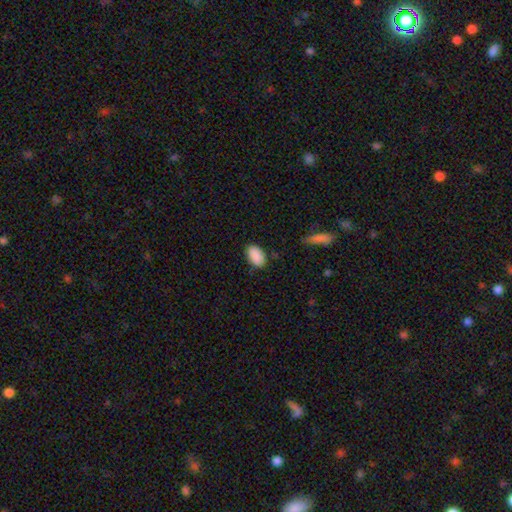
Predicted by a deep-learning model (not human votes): smooth 90%, star or artifact 7%, featured or disk 3%. Down the decision tree: how rounded — in between (93%); merging — none (84%).